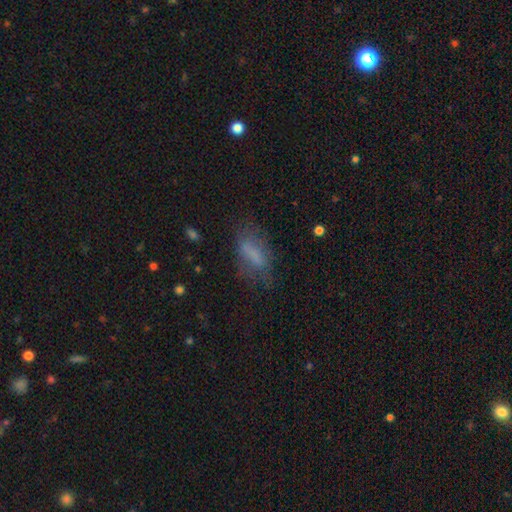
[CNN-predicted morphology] Smooth or featured? smooth (64%)
How rounded? in between (72%)
Merging? none (59%)